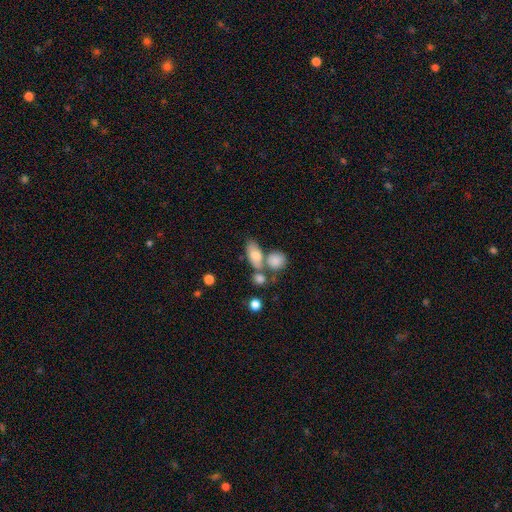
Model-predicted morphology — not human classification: Overall: smooth (75%). How rounded: in between (80%). Merging: none (43%; merger 36%).